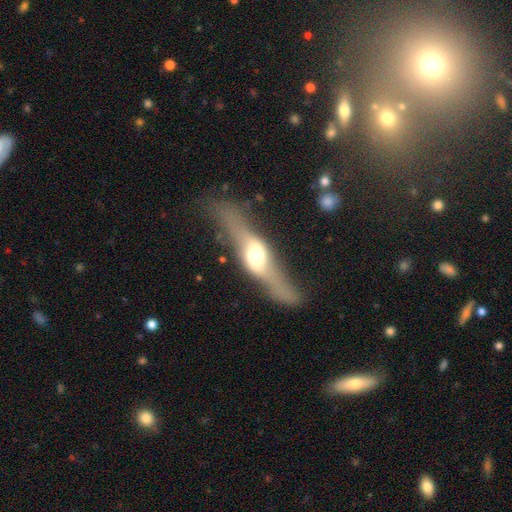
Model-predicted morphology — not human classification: Smooth or featured? Predicted: featured or disk (p=0.75). Edge-on disk? Predicted: yes (p=0.70). Edge-on bulge? Predicted: rounded (p=0.92). Merging? Predicted: none (p=0.66).